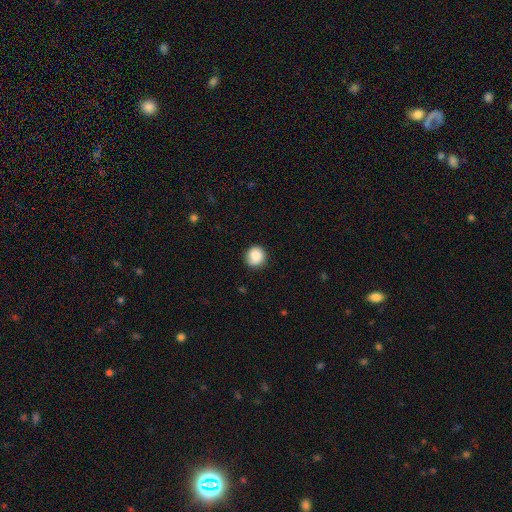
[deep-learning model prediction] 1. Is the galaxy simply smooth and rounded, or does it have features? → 86% smooth, 8% star or artifact, 5% featured or disk.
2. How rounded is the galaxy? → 90% round, 9% in between, 1% cigar-shaped.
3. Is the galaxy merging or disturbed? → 83% none, 13% minor disturbance, 3% major disturbance, 1% merger.